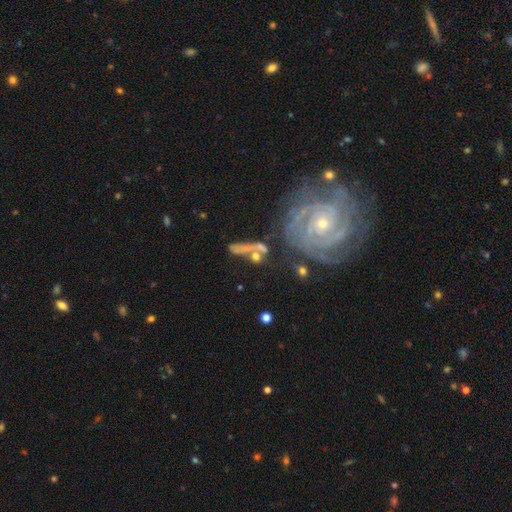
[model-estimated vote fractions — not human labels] A smooth galaxy with no disk features (47%). Merging: none (39%).